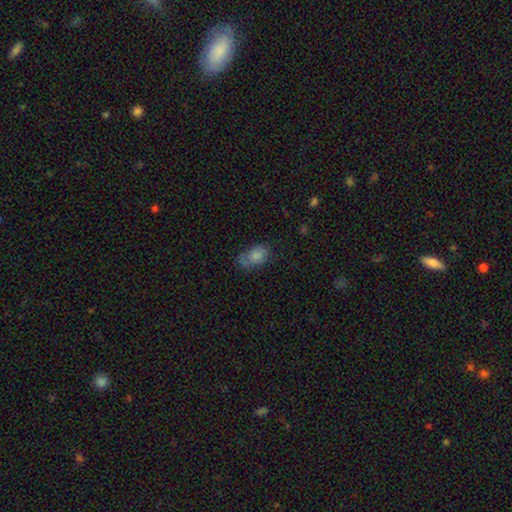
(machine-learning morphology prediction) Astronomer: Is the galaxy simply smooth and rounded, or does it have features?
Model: smooth — 78%.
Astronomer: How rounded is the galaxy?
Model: in between — 87%.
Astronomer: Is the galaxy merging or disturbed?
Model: none — 51% (runner-up: minor disturbance, 30%).